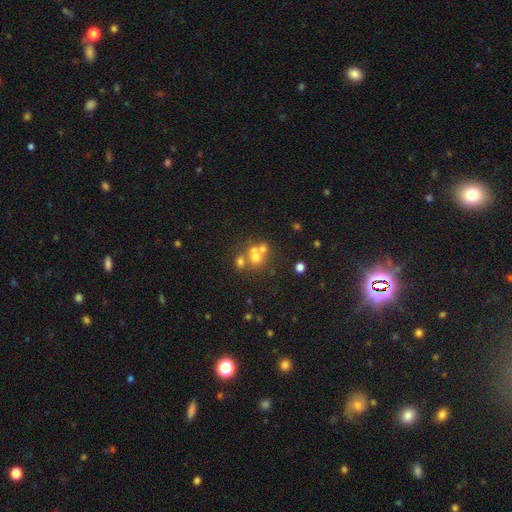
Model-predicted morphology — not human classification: smooth_or_featured: smooth (p=0.57) [alt: featured or disk p=0.25]
how_rounded: round (p=0.76) [alt: in between p=0.23]
merging: merger (p=0.49) [alt: none p=0.37]